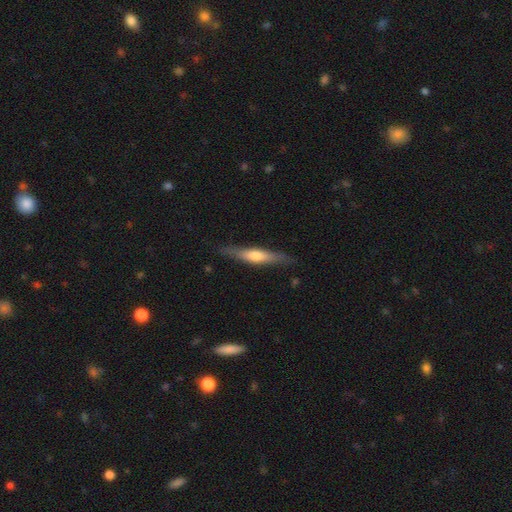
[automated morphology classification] A featured or disk galaxy (51%) viewed edge-on (92%). Merging: none (83%).